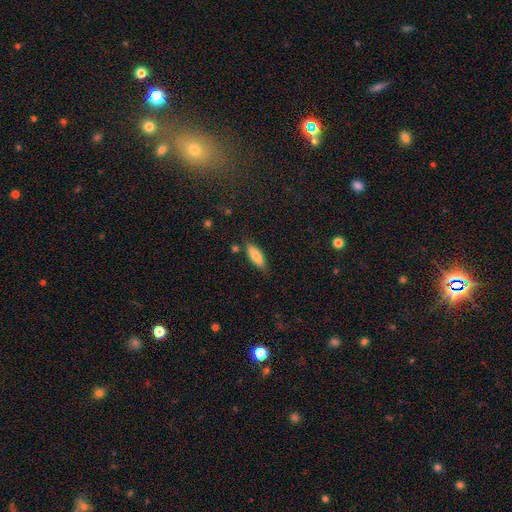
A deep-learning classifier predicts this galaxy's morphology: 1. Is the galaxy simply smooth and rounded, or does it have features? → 81% smooth, 12% featured or disk, 7% star or artifact.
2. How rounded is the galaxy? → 64% in between, 34% cigar-shaped, 2% round.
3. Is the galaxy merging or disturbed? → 77% none, 17% minor disturbance, 3% major disturbance, 3% merger.